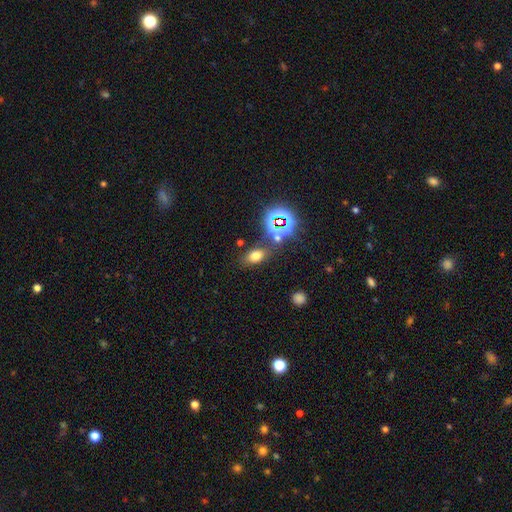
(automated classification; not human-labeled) Smooth or featured? smooth (64%)
How rounded? in between (79%)
Merging? none (72%)